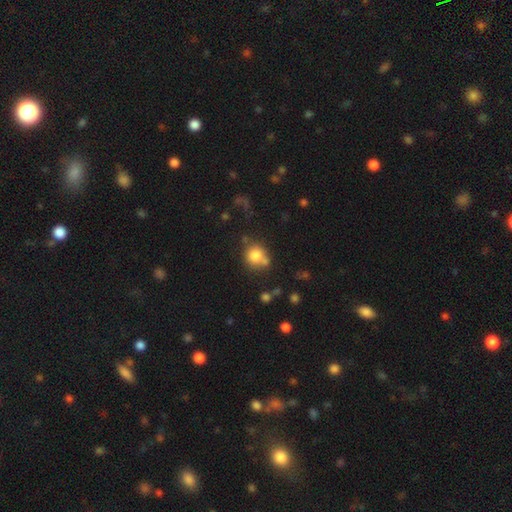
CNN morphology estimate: smooth-or-featured: smooth: 79% | star or artifact: 11% | featured or disk: 10%
  how-rounded: round: 85% | in between: 14% | cigar-shaped: 1%
  merging: none: 58% | merger: 20% | minor disturbance: 15% | major disturbance: 6%